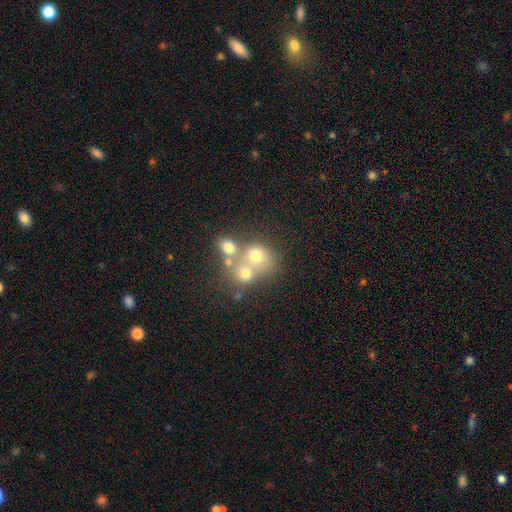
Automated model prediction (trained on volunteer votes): Q: Smooth or featured?
A: smooth (66%); runner-up: featured or disk (18%)
Q: How rounded?
A: round (70%); runner-up: in between (29%)
Q: Merging?
A: merger (48%); runner-up: none (37%)